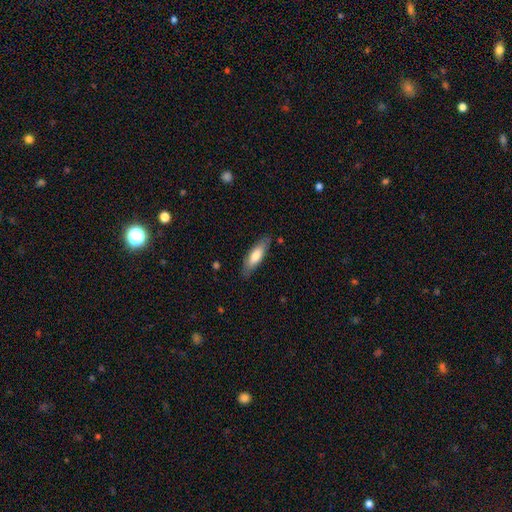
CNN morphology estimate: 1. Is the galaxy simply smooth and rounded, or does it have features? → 73% smooth, 22% featured or disk, 6% star or artifact.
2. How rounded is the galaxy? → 50% in between, 49% cigar-shaped, 1% round.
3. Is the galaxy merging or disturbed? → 83% none, 13% minor disturbance, 3% major disturbance, 1% merger.